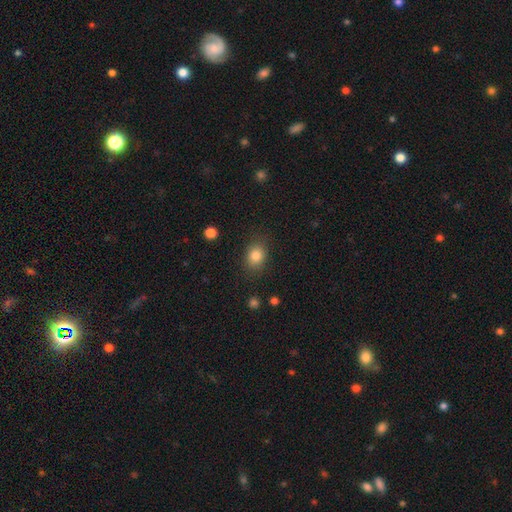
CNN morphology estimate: A smooth galaxy with no disk features (82%) that is in between round and cigar-shaped (57%). Merging: none (83%).